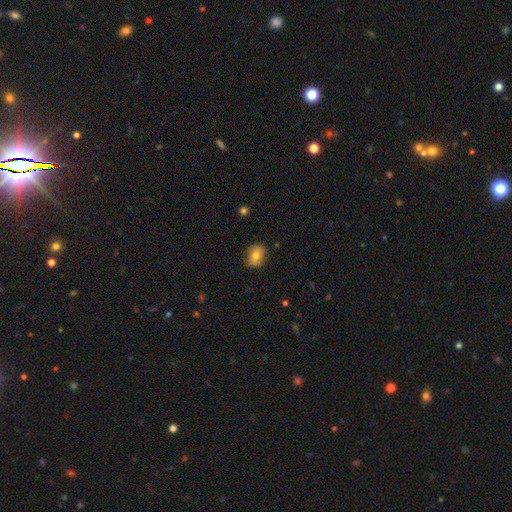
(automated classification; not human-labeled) Smooth or featured? smooth (75%)
How rounded? in between (53%)
Merging? none (78%)